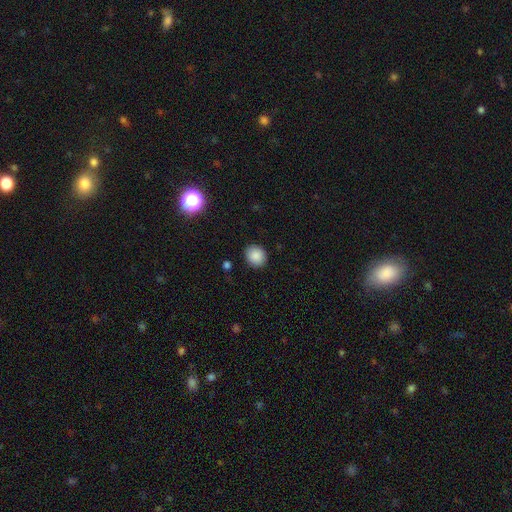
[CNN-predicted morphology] A smooth galaxy with no disk features (87%) that is round (78%).

Vote fractions:
- Smooth or featured? smooth: 87% / star or artifact: 9% / featured or disk: 4%
- How rounded? round: 78% / in between: 21% / cigar-shaped: 1%
- Merging? none: 88% / minor disturbance: 8% / major disturbance: 2% / merger: 1%